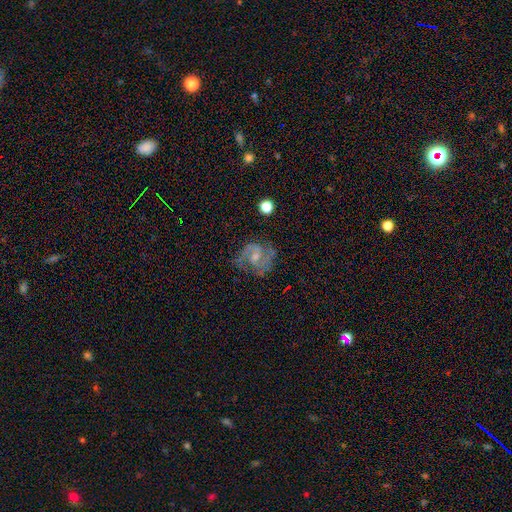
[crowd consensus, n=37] Morphology: type=featured or disk (84%); edge-on=no (100%); bar=weak (48%); spiral arms=yes (94%); winding=medium (52%); arm count=2 (86%); bulge=moderate (55%); merging=none (56%).